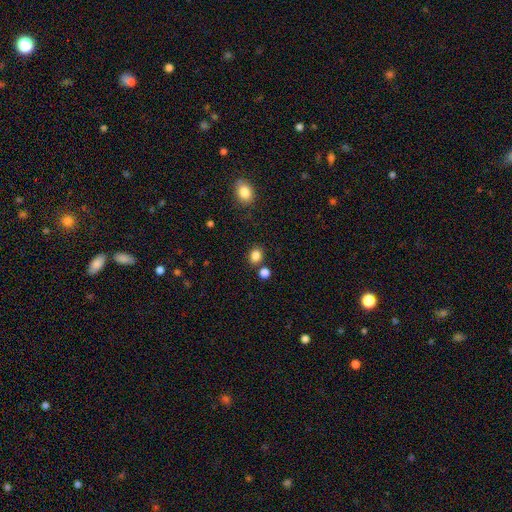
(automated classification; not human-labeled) Morphology: type=smooth (84%); roundness=round (61%); merging=none (78%).